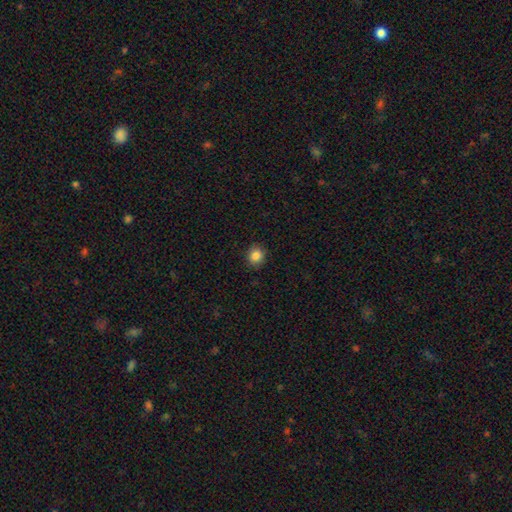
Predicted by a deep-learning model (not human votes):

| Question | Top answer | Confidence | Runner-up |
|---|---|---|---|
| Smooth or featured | smooth | 85% | star or artifact (10%) |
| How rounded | round | 80% | in between (19%) |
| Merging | none | 90% | minor disturbance (7%) |